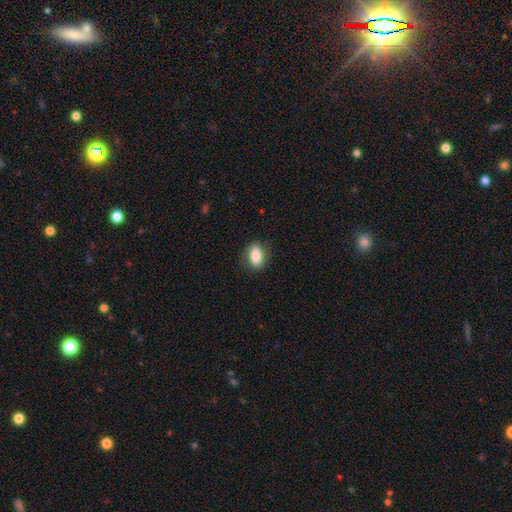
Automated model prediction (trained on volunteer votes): A smooth galaxy with no disk features (78%) that is in between round and cigar-shaped (84%). Merging: none (82%).